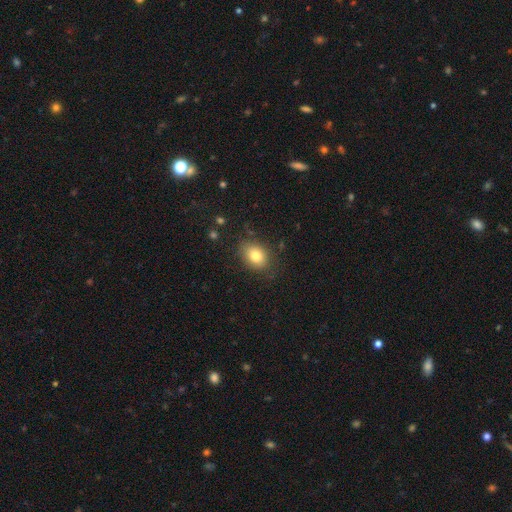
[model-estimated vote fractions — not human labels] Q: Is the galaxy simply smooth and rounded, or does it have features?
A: smooth — 81%.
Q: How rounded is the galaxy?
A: in between — 65%.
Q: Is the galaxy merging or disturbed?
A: none — 79%.